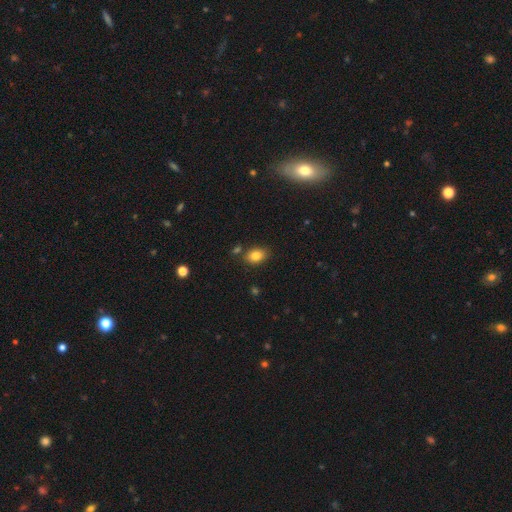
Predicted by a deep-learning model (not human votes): A smooth galaxy with no disk features (82%) that is in between round and cigar-shaped (76%). Merging: none (78%).